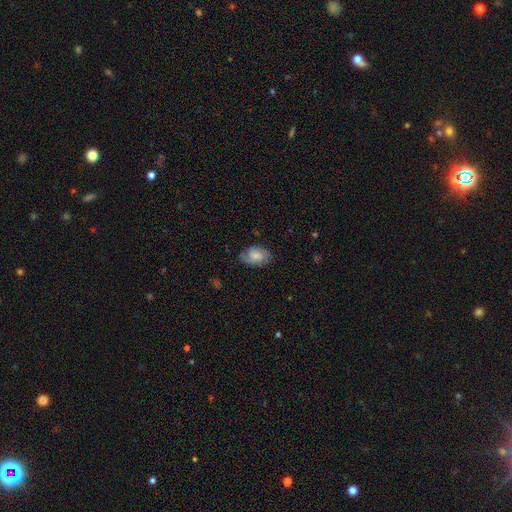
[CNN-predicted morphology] This appears to be a featured or disk galaxy (47%). Merging: none (69%).